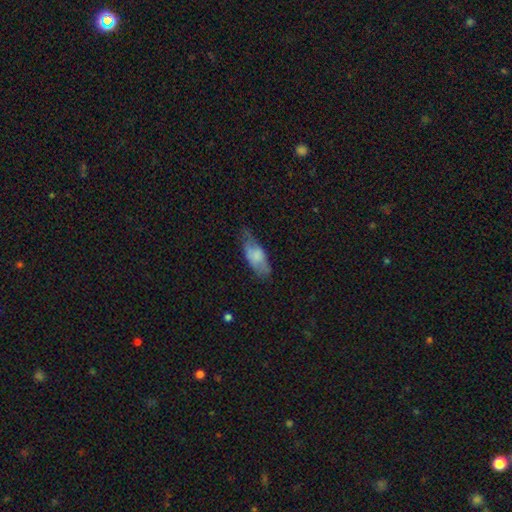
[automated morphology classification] A smooth galaxy with no disk features (69%) that is in between round and cigar-shaped (83%).

Vote fractions:
- Smooth or featured? smooth: 69% / featured or disk: 24% / star or artifact: 7%
- How rounded? in between: 83% / cigar-shaped: 15% / round: 2%
- Merging? none: 49% / minor disturbance: 35% / major disturbance: 14% / merger: 2%